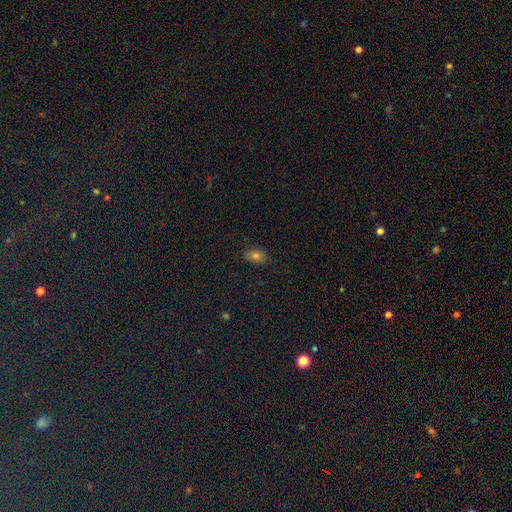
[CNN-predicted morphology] A smooth galaxy with no disk features (75%) that is in between round and cigar-shaped (75%).

Vote fractions:
- Smooth or featured? smooth: 75% / star or artifact: 15% / featured or disk: 9%
- How rounded? in between: 75% / round: 23% / cigar-shaped: 2%
- Merging? none: 82% / minor disturbance: 14% / major disturbance: 3% / merger: 1%